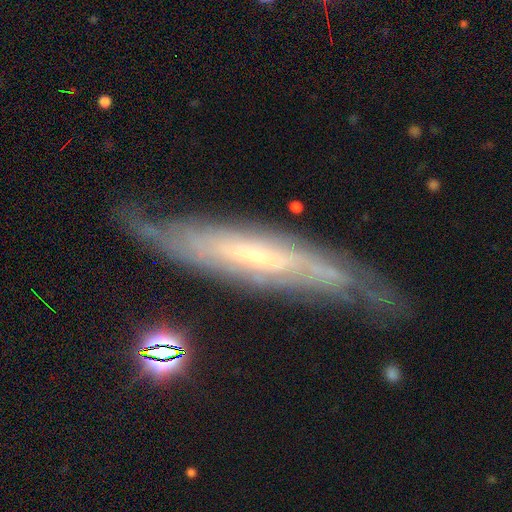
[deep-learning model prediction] This appears to be a featured or disk galaxy (76%) with not edge-on (50%, tied with yes). Merging: none (68%).